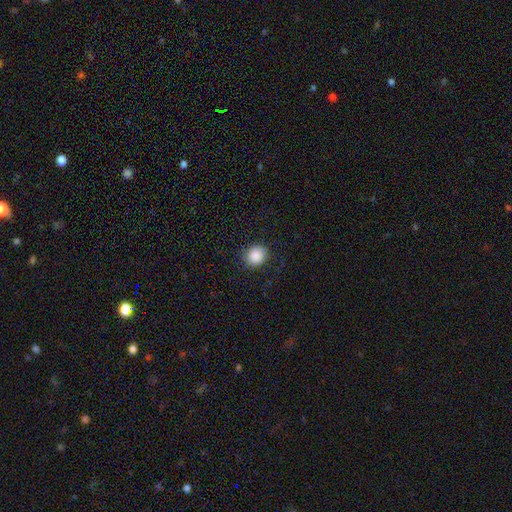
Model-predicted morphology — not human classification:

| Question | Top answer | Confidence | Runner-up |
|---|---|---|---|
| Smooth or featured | smooth | 88% | star or artifact (8%) |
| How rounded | round | 85% | in between (14%) |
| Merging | none | 85% | minor disturbance (10%) |